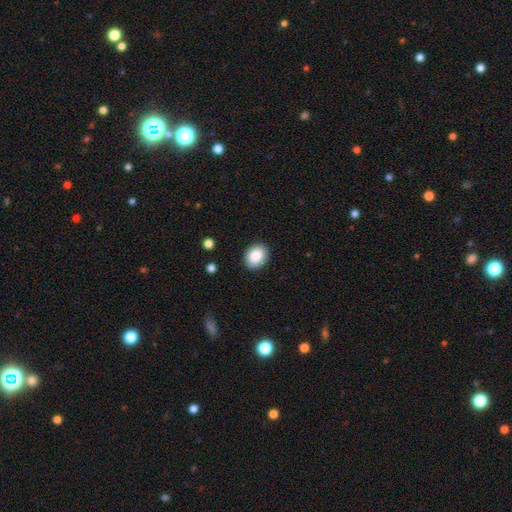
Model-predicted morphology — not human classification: This is clearly a smooth galaxy (87%). How rounded: possibly in between (60%). Merging: clearly none (87%).